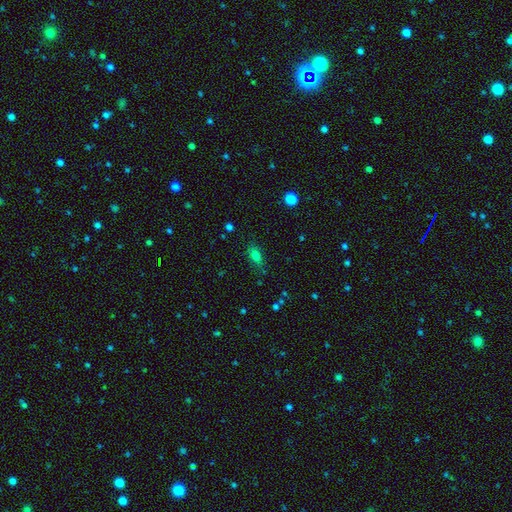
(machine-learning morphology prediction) Smooth or featured? Predicted: smooth (p=0.75). How rounded? Predicted: in between (p=0.79). Merging? Predicted: none (p=0.77).